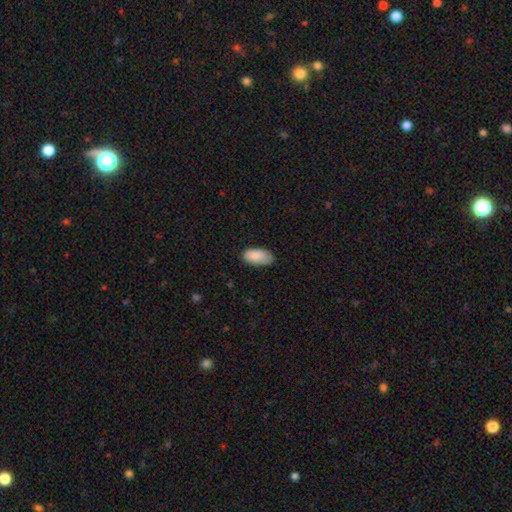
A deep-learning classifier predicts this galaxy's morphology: This is clearly a smooth galaxy (87%). How rounded: clearly in between (95%). Merging: likely none (72%).